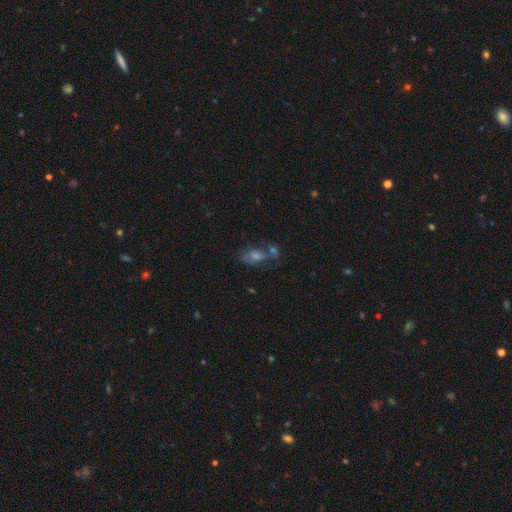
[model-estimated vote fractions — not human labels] Q: Smooth or featured?
A: smooth (43%); runner-up: featured or disk (31%)
Q: Merging?
A: none (43%); runner-up: merger (32%)